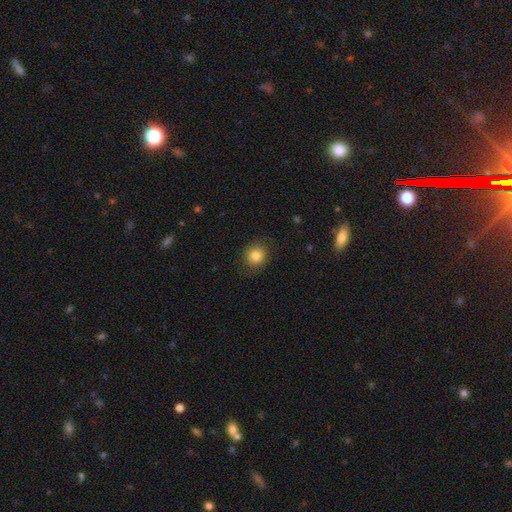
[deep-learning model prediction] smooth_or_featured: smooth (p=0.82) [alt: star or artifact p=0.11]
how_rounded: round (p=0.80) [alt: in between p=0.19]
merging: none (p=0.84) [alt: minor disturbance p=0.12]